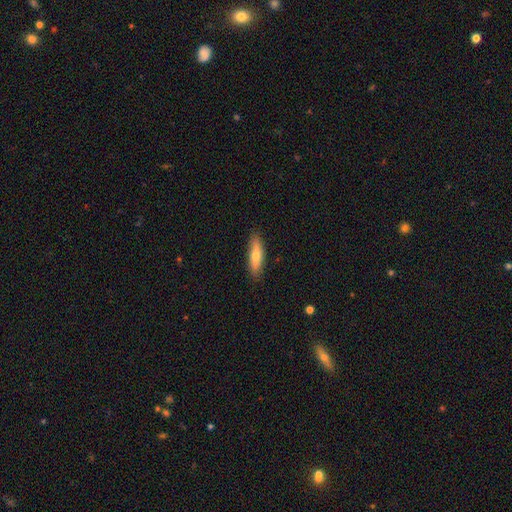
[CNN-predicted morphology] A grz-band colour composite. It shows a smooth galaxy with no disk features (67%) that is cigar-shaped (56%). Merging: none (86%).